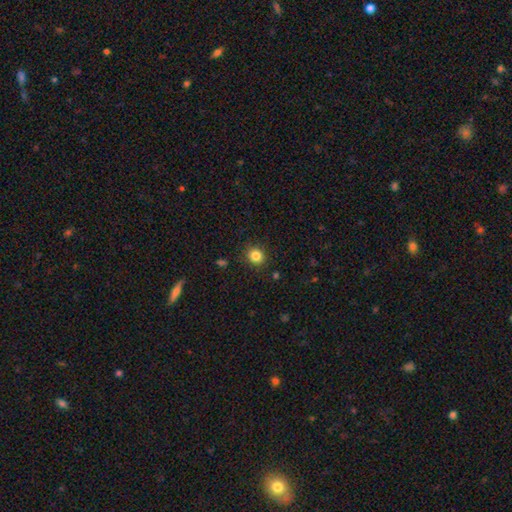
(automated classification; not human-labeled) smooth 84%, star or artifact 11%, featured or disk 5%. Down the decision tree: how rounded — round (84%); merging — none (89%).